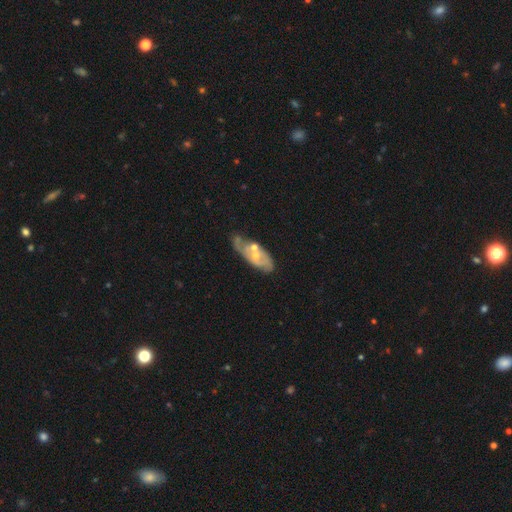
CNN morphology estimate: A featured or disk galaxy (63%) with no bar (73%), spiral arms (59%) and a small central bulge (54%).

Vote fractions:
- Smooth or featured? featured or disk: 63% / smooth: 31% / star or artifact: 6%
- Edge-on disk? no: 89% / yes: 11%
- Bar? no: 73% / weak: 22% / strong: 4%
- Spiral arms? yes: 59% / no: 41%
- Bulge size? small: 54% / moderate: 40% / none: 4% / large: 2% / dominant: 1%
- Merging? none: 39% / minor disturbance: 25% / merger: 23% / major disturbance: 13%